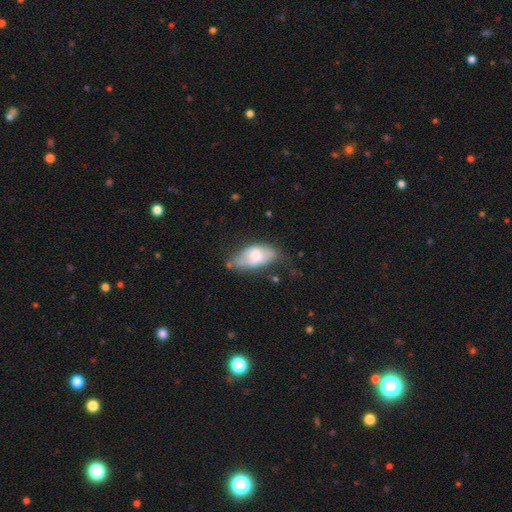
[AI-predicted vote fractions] Overall: smooth (61%; featured or disk 33%). How rounded: in between (91%). Merging: none (43%; minor disturbance 35%).